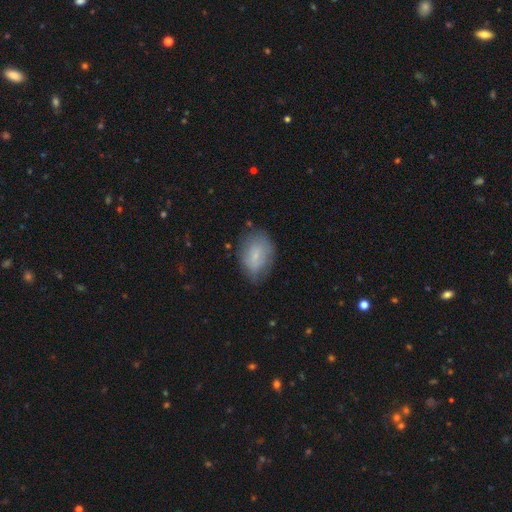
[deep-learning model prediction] Q: Smooth or featured?
A: smooth (67%); runner-up: featured or disk (26%)
Q: How rounded?
A: in between (81%); runner-up: round (18%)
Q: Merging?
A: none (63%); runner-up: minor disturbance (27%)